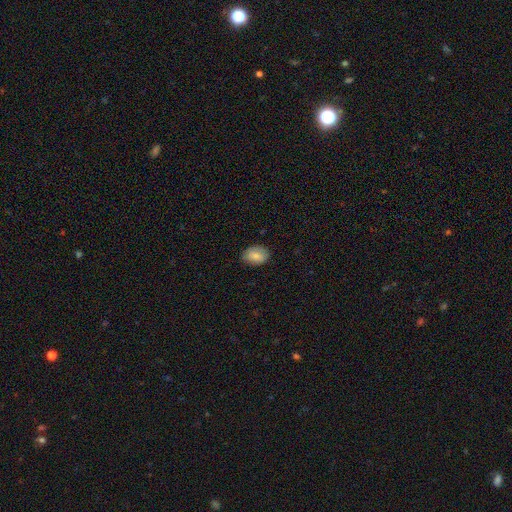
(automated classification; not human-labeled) This is clearly a smooth galaxy (81%). How rounded: likely in between (79%). Merging: clearly none (83%).